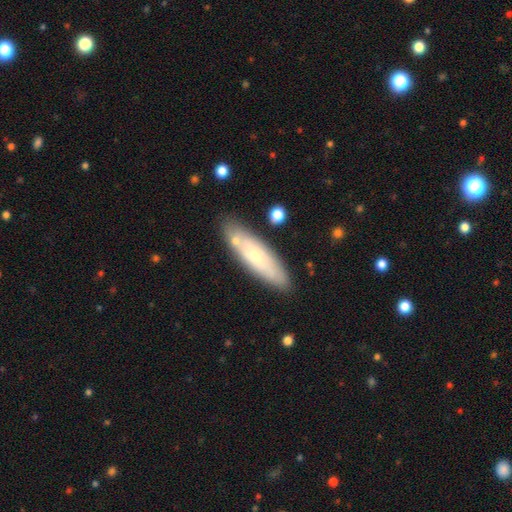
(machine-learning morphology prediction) A smooth galaxy with no disk features (56%) that is cigar-shaped (64%).

Vote fractions:
- Smooth or featured? smooth: 56% / featured or disk: 38% / star or artifact: 7%
- How rounded? cigar-shaped: 64% / in between: 34% / round: 2%
- Merging? none: 79% / minor disturbance: 13% / merger: 5% / major disturbance: 3%